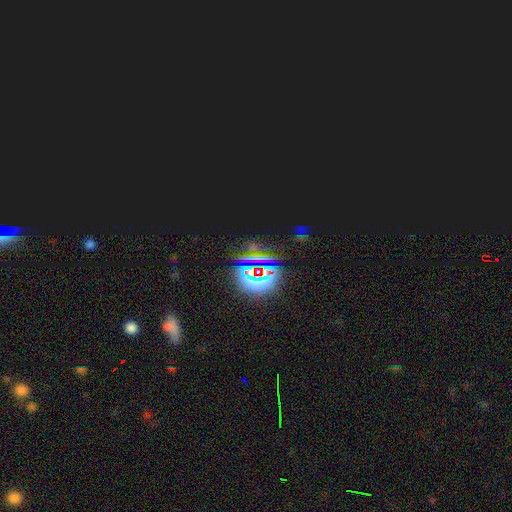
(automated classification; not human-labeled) Smooth or featured?
  - star or artifact: 83% *
  - smooth: 10%
  - featured or disk: 7%